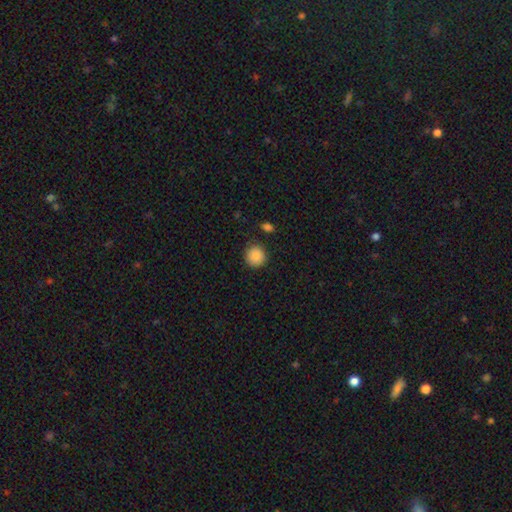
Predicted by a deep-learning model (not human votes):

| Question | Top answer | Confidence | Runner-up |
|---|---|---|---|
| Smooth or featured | smooth | 89% | star or artifact (8%) |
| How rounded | round | 92% | in between (7%) |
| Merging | none | 86% | minor disturbance (9%) |